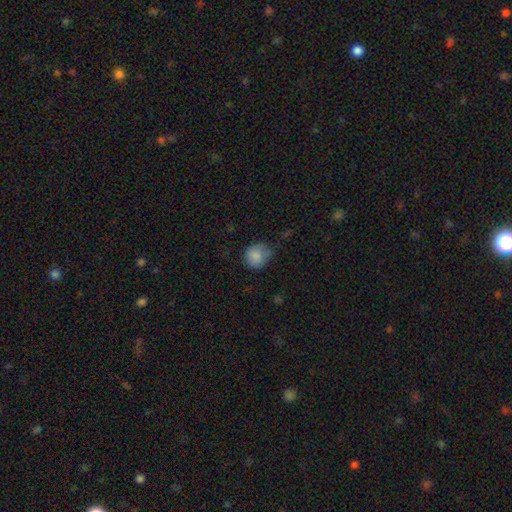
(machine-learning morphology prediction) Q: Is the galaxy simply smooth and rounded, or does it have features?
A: smooth — 84%.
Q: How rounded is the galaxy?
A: round — 83%.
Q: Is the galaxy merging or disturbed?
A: none — 62%.